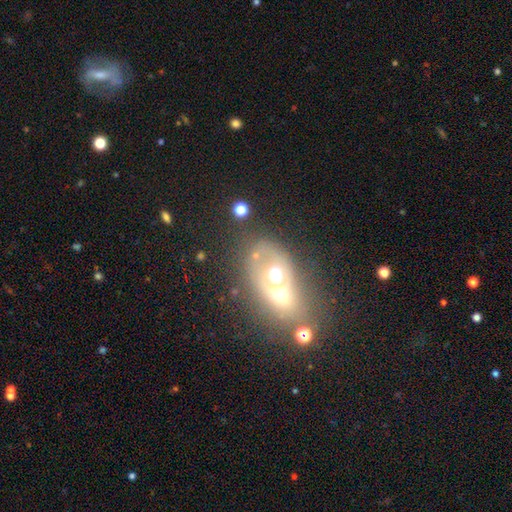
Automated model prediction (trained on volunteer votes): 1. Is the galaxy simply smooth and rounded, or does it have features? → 45% smooth, 39% featured or disk, 17% star or artifact.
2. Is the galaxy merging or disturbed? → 67% merger, 18% none, 8% major disturbance, 7% minor disturbance.